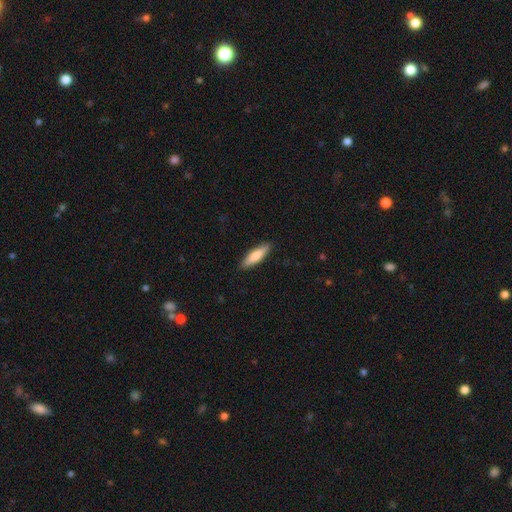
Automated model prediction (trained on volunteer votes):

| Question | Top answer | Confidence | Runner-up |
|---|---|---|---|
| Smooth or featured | smooth | 75% | featured or disk (19%) |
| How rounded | cigar-shaped | 65% | in between (33%) |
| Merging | none | 89% | minor disturbance (8%) |